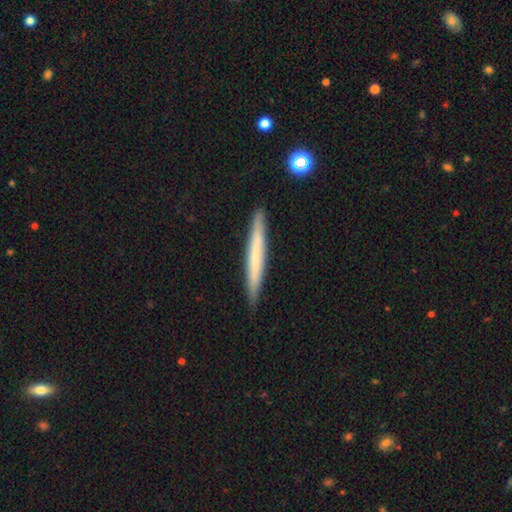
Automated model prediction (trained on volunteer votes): Smooth or featured? smooth (60%)
How rounded? cigar-shaped (97%)
Merging? none (90%)